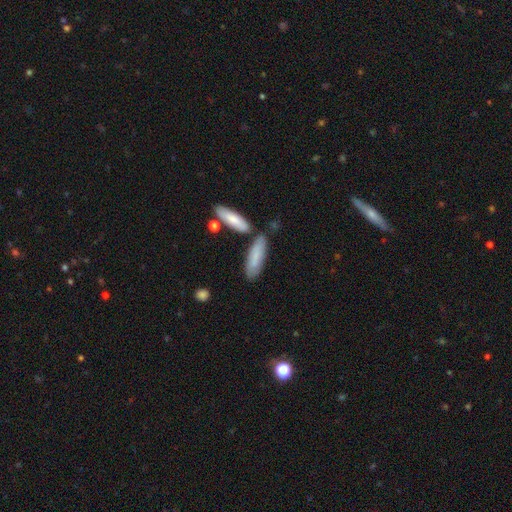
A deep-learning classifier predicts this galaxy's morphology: A smooth galaxy with no disk features (75%) that is cigar-shaped (54%). Merging: none (65%).